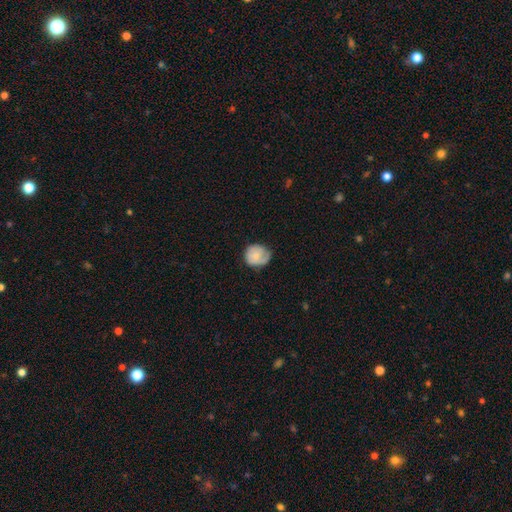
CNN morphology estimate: smooth 66%, featured or disk 27%, star or artifact 7%. Down the decision tree: how rounded — round (78%); merging — none (59%).